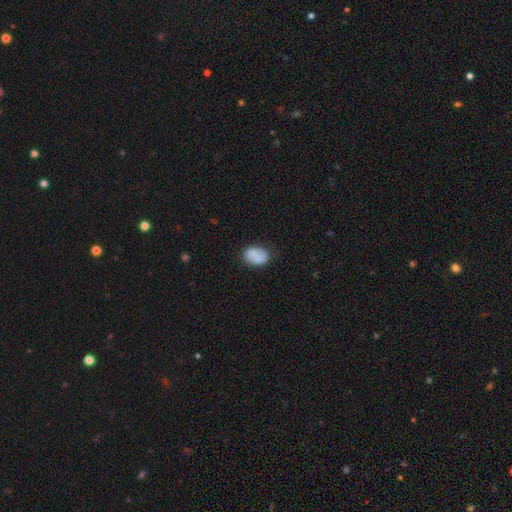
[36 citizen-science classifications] A smooth galaxy with no disk features (83%) that is in between round and cigar-shaped (70%).

Vote fractions:
- Smooth or featured? smooth: 83% / featured or disk: 14% / star or artifact: 3%
- How rounded? in between: 70% / round: 30% / cigar-shaped: 0%
- Merging? none: 86% / minor disturbance: 9% / merger: 6% / major disturbance: 0%